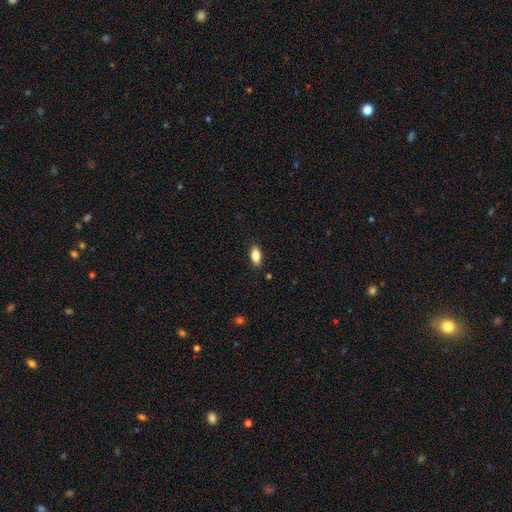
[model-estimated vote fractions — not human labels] A smooth galaxy with no disk features (84%) that is in between round and cigar-shaped (88%).

Vote fractions:
- Smooth or featured? smooth: 84% / featured or disk: 8% / star or artifact: 8%
- How rounded? in between: 88% / cigar-shaped: 8% / round: 4%
- Merging? none: 87% / minor disturbance: 10% / major disturbance: 2% / merger: 1%